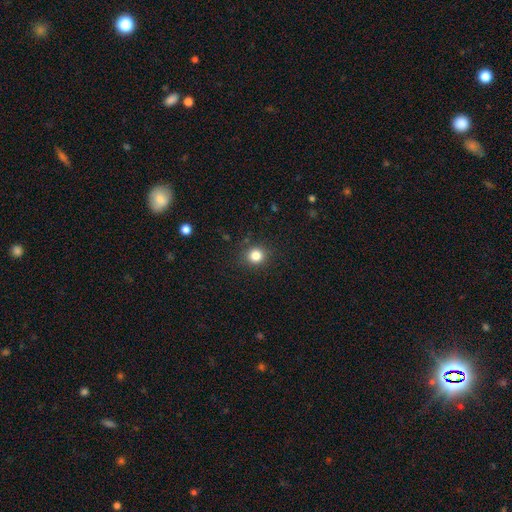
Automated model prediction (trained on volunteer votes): smooth-or-featured: smooth: 82% | star or artifact: 13% | featured or disk: 5%
  how-rounded: round: 90% | in between: 9% | cigar-shaped: 1%
  merging: none: 89% | minor disturbance: 7% | major disturbance: 3% | merger: 1%